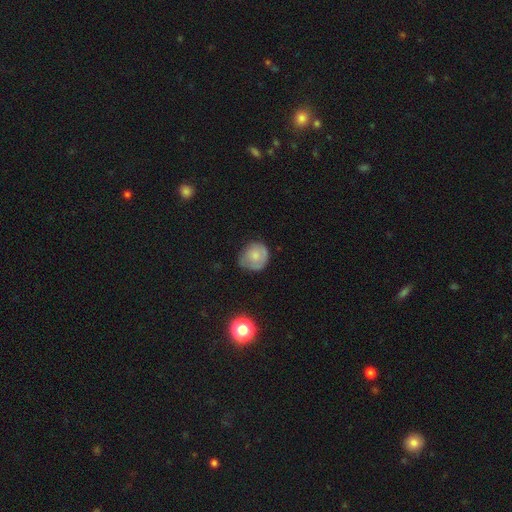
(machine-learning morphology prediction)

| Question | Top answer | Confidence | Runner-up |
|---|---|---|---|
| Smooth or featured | smooth | 68% | featured or disk (23%) |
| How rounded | round | 82% | in between (17%) |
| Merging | none | 57% | minor disturbance (31%) |